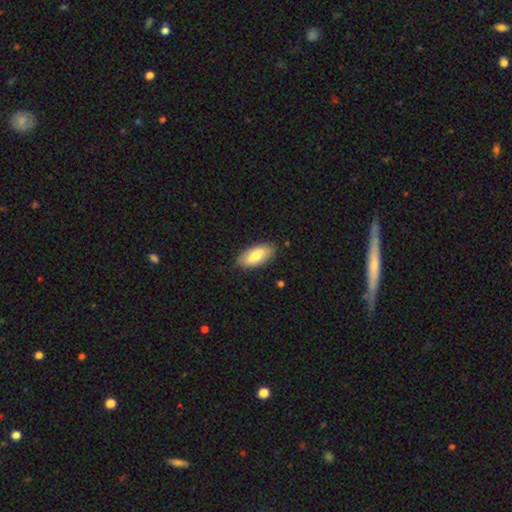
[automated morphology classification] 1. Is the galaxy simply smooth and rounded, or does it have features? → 77% smooth, 17% featured or disk, 6% star or artifact.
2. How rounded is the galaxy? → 92% in between, 6% cigar-shaped, 2% round.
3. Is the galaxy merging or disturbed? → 84% none, 13% minor disturbance, 2% major disturbance, 1% merger.